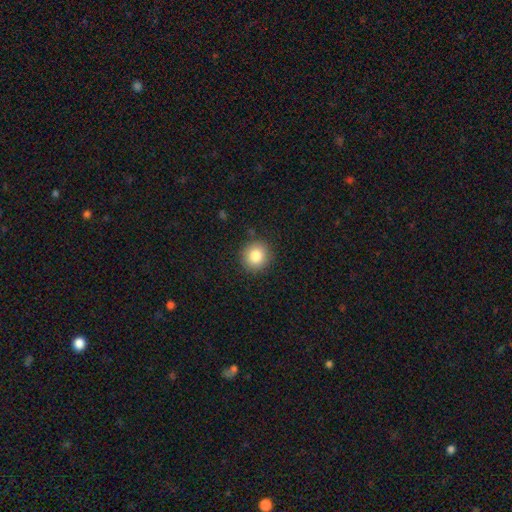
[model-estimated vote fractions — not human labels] Smooth or featured?
  - smooth: 83% *
  - star or artifact: 10%
  - featured or disk: 7%
How rounded?
  - round: 91% *
  - in between: 8%
  - cigar-shaped: 1%
Merging?
  - none: 89% *
  - minor disturbance: 7%
  - major disturbance: 2%
  - merger: 1%